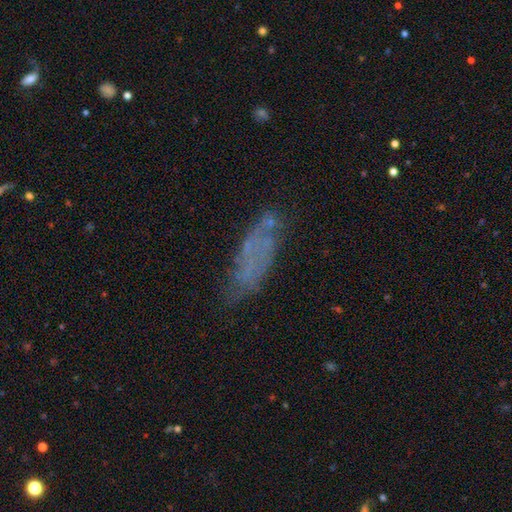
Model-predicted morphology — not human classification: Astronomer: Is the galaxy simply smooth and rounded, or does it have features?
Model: smooth — 44% (runner-up: featured or disk, 43%).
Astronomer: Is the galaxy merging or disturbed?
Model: none — 59%.